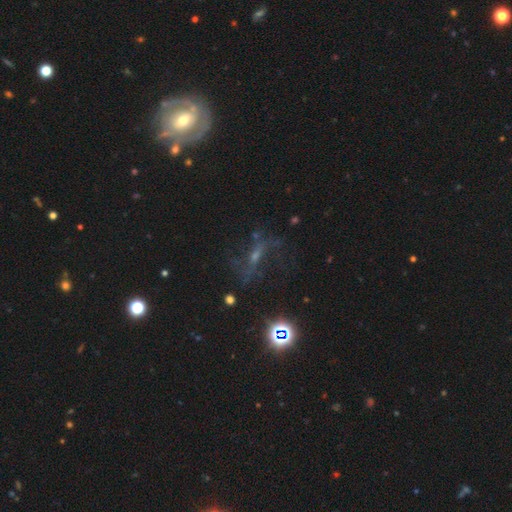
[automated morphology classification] A featured or disk galaxy (52%). Merging: none (58%).